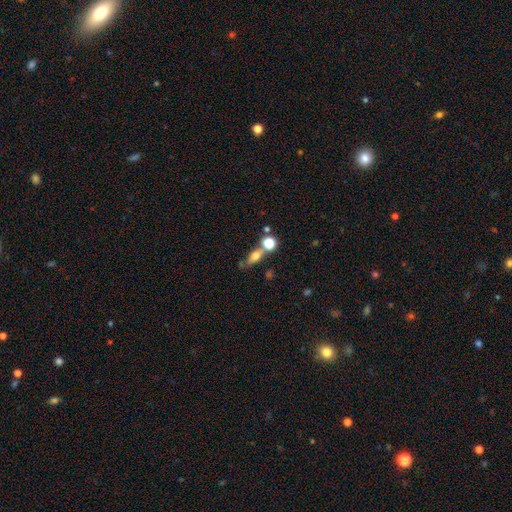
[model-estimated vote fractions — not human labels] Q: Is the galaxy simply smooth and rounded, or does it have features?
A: smooth — 64%.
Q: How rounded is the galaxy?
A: in between — 57%.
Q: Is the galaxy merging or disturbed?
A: none — 52%.